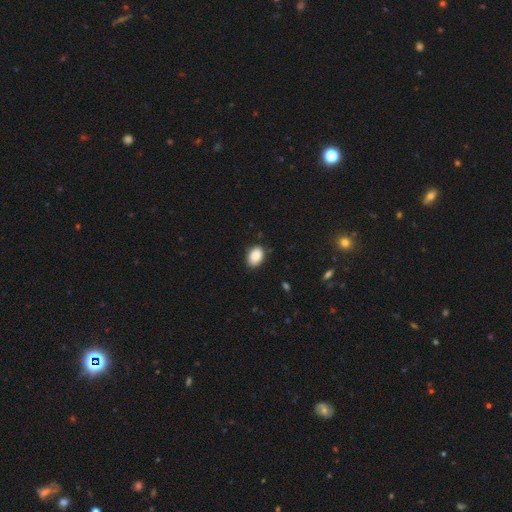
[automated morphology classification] A smooth galaxy with no disk features (89%) that is in between round and cigar-shaped (80%).

Vote fractions:
- Smooth or featured? smooth: 89% / star or artifact: 7% / featured or disk: 4%
- How rounded? in between: 80% / round: 19% / cigar-shaped: 1%
- Merging? none: 82% / minor disturbance: 14% / major disturbance: 2% / merger: 1%